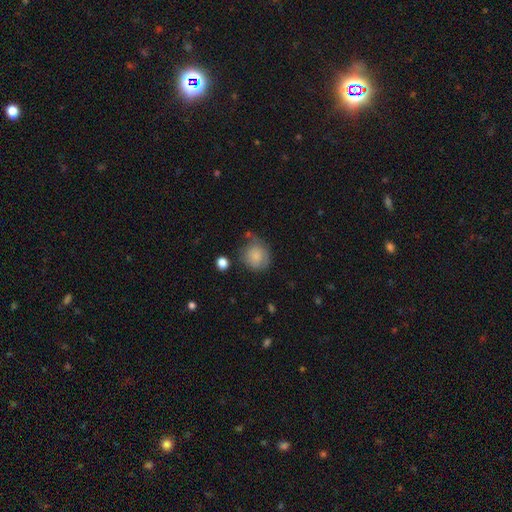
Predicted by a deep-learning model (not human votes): Smooth or featured? Predicted: smooth (p=0.75). How rounded? Predicted: round (p=0.79). Merging? Predicted: none (p=0.48).